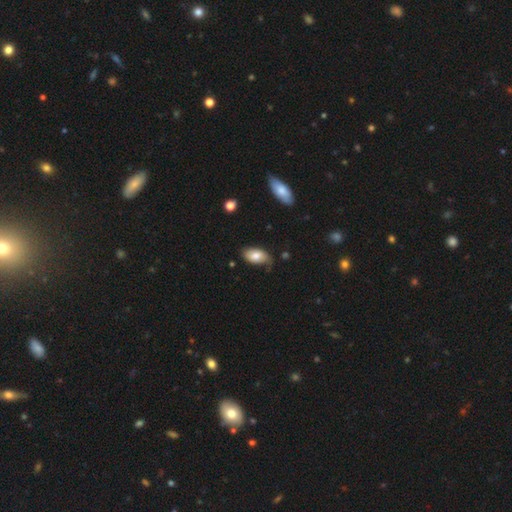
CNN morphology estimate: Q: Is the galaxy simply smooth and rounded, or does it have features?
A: smooth — 76%.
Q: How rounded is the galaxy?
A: in between — 94%.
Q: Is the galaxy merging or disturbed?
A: none — 58%.